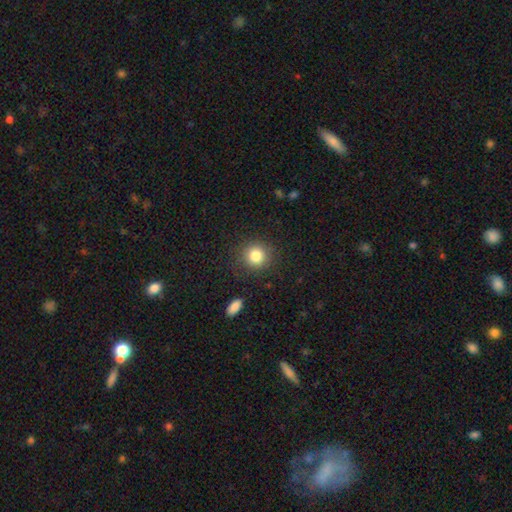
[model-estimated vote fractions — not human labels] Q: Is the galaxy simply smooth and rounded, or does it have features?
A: smooth — 83%.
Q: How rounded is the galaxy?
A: round — 88%.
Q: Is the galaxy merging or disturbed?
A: none — 86%.